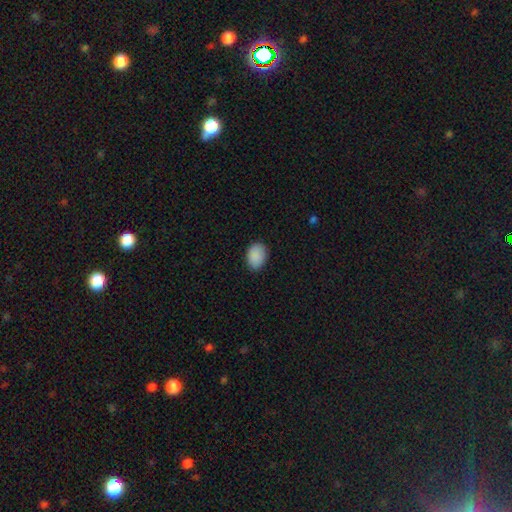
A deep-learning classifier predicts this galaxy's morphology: This is clearly a smooth galaxy (89%). How rounded: likely in between (78%). Merging: clearly none (84%).